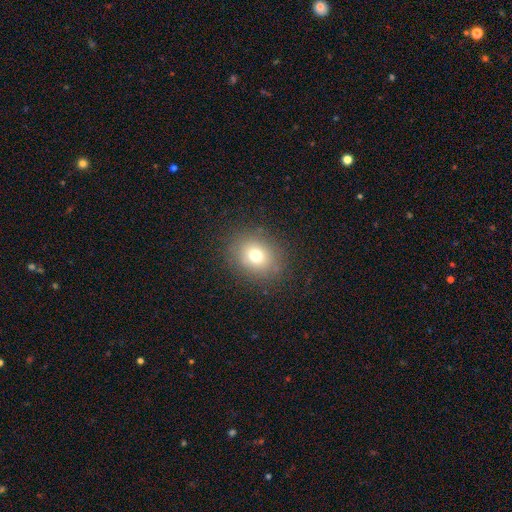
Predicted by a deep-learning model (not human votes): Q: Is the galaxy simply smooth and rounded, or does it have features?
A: smooth — 72%.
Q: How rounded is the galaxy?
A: round — 68%.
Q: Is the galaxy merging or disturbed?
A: none — 84%.